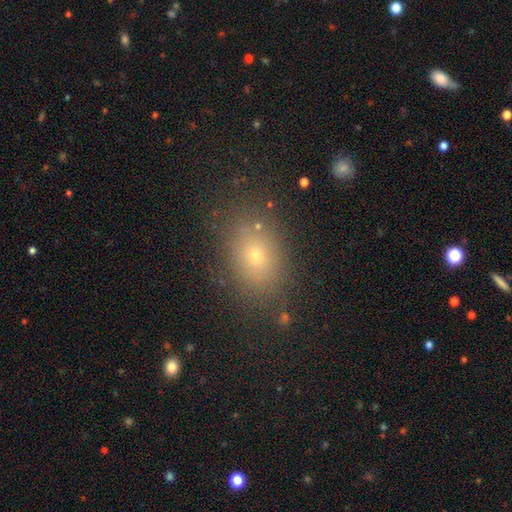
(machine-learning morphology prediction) smooth 68%, star or artifact 18%, featured or disk 14%. Down the decision tree: how rounded — in between (71%); merging — none (81%).